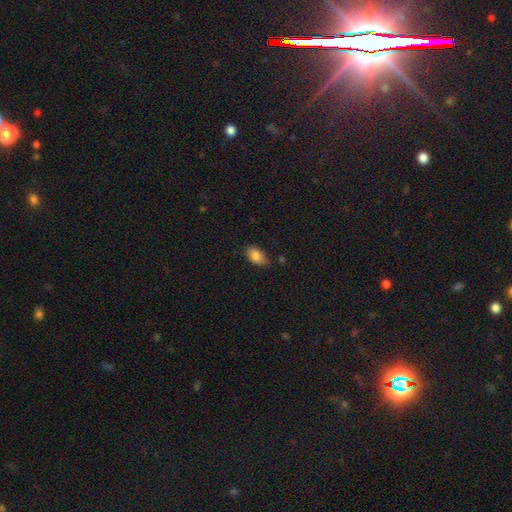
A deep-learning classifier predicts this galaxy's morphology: This is clearly a smooth galaxy (85%). How rounded: clearly in between (91%). Merging: likely none (73%).